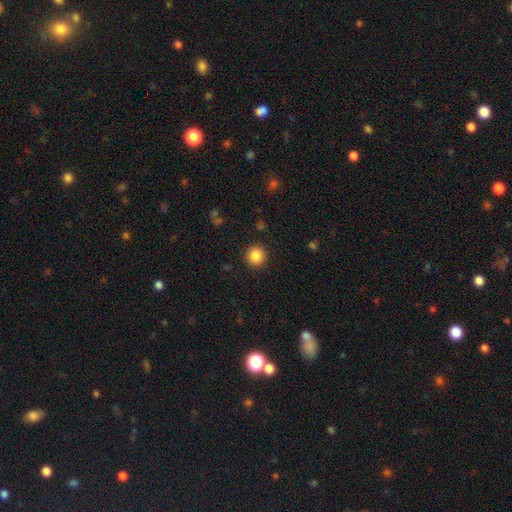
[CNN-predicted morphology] A smooth galaxy with no disk features (86%) that is round (94%).

Vote fractions:
- Smooth or featured? smooth: 86% / star or artifact: 10% / featured or disk: 4%
- How rounded? round: 94% / in between: 5% / cigar-shaped: 1%
- Merging? none: 91% / minor disturbance: 6% / major disturbance: 2% / merger: 1%